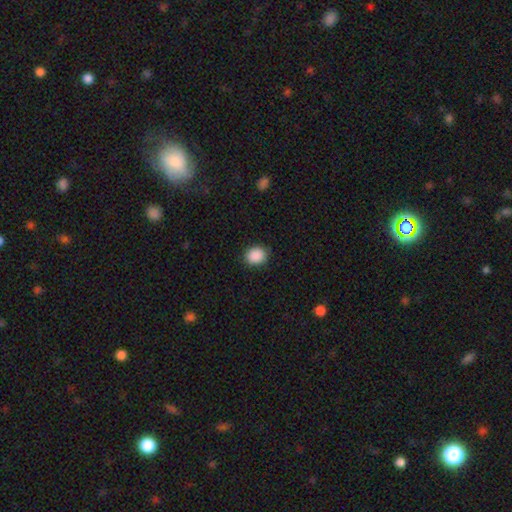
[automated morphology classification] smooth_or_featured: smooth (p=0.89) [alt: star or artifact p=0.08]
how_rounded: round (p=0.68) [alt: in between p=0.31]
merging: none (p=0.88) [alt: minor disturbance p=0.08]